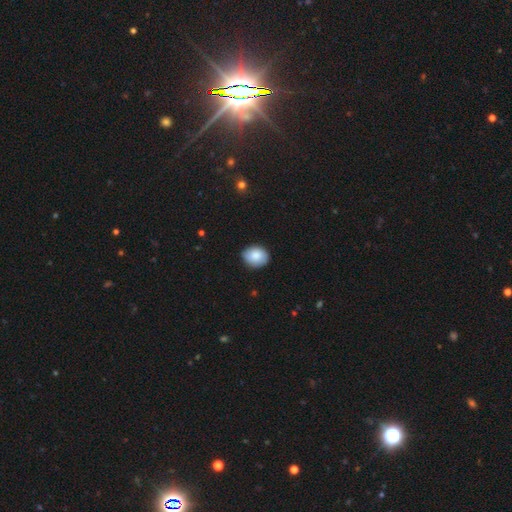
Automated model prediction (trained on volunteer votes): Smooth or featured? Predicted: smooth (p=0.85). How rounded? Predicted: round (p=0.54). Merging? Predicted: none (p=0.84).